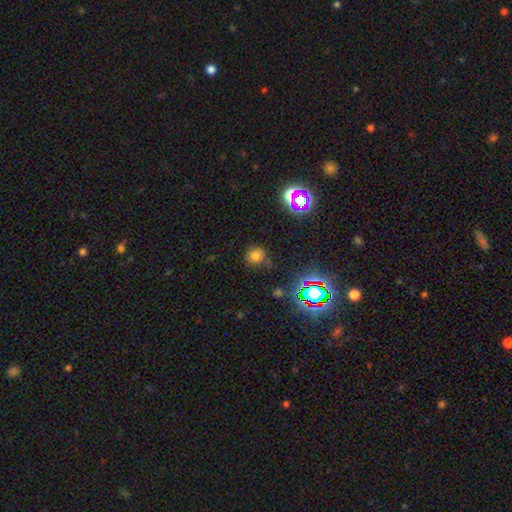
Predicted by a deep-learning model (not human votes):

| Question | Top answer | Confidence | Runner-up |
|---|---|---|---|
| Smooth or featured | smooth | 70% | star or artifact (23%) |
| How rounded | round | 86% | in between (13%) |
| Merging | none | 75% | minor disturbance (15%) |